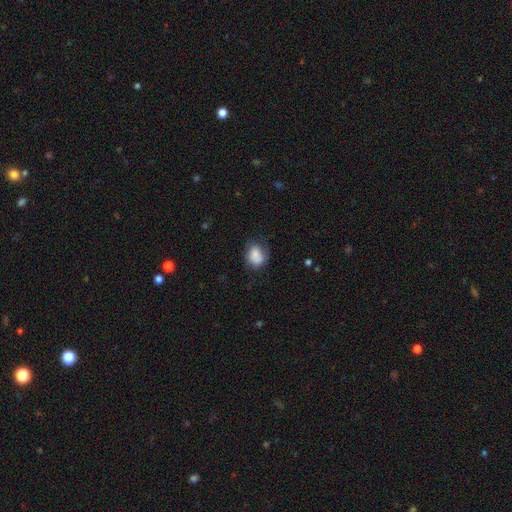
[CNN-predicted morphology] smooth_or_featured: smooth (p=0.78) [alt: featured or disk p=0.14]
how_rounded: in between (p=0.58) [alt: round p=0.40]
merging: none (p=0.52) [alt: minor disturbance p=0.30]